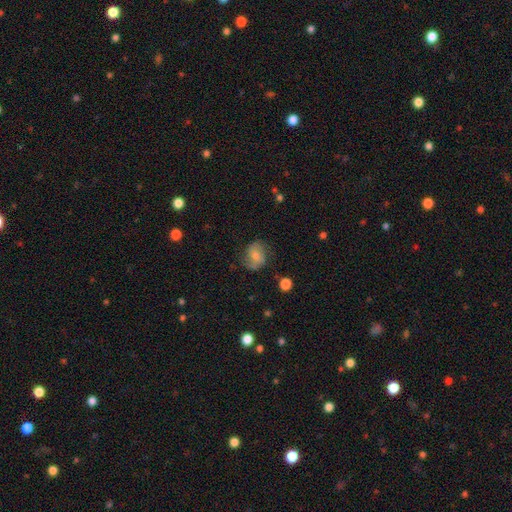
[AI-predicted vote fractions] Smooth or featured?
  - smooth: 52% *
  - featured or disk: 39%
  - star or artifact: 9%
How rounded?
  - in between: 51% *
  - round: 48%
  - cigar-shaped: 1%
Merging?
  - none: 62% *
  - minor disturbance: 24%
  - major disturbance: 12%
  - merger: 2%